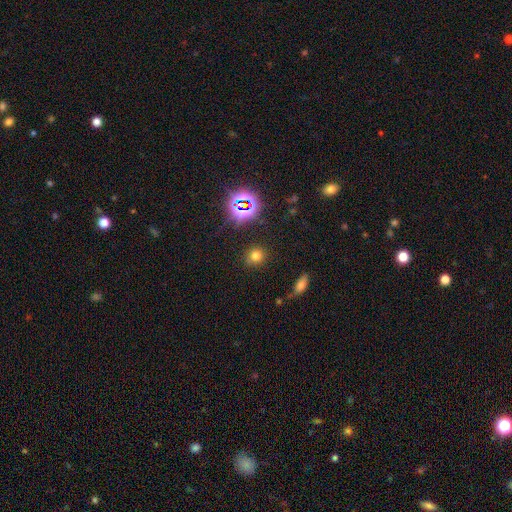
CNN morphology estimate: smooth-or-featured: smooth: 69% | star or artifact: 24% | featured or disk: 8%
  how-rounded: round: 81% | in between: 17% | cigar-shaped: 1%
  merging: none: 86% | minor disturbance: 9% | major disturbance: 3% | merger: 2%